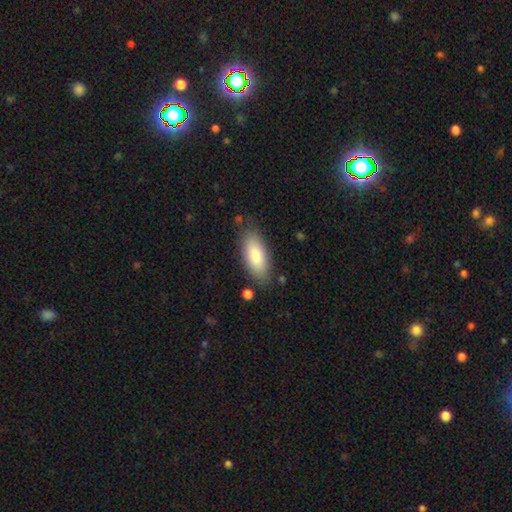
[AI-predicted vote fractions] Smooth or featured?
  - smooth: 83% *
  - featured or disk: 11%
  - star or artifact: 6%
How rounded?
  - in between: 85% *
  - cigar-shaped: 13%
  - round: 2%
Merging?
  - none: 81% *
  - minor disturbance: 13%
  - major disturbance: 3%
  - merger: 2%